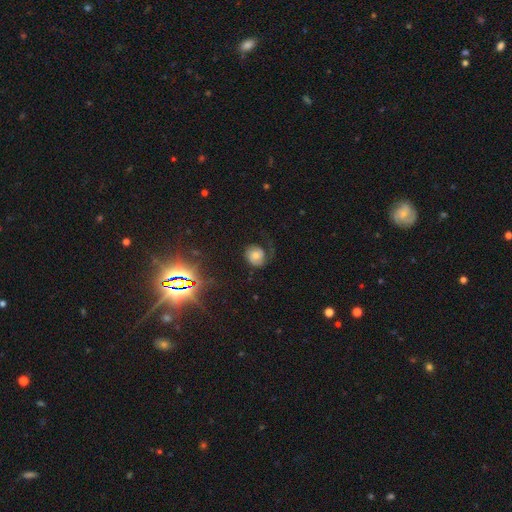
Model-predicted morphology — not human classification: This is marginally a featured or disk galaxy (43%). Merging: possibly none (53%).